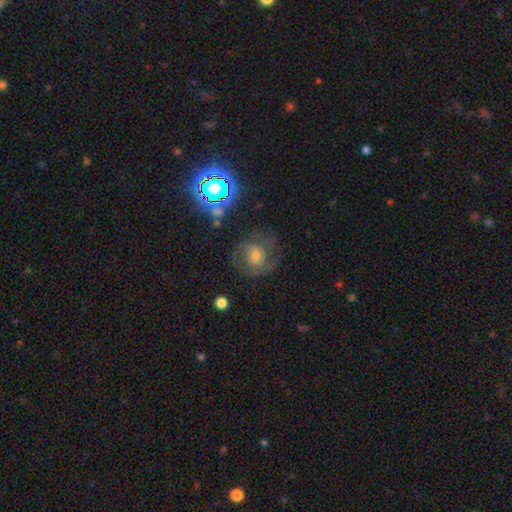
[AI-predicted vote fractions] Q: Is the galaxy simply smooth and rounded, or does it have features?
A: featured or disk — 70%.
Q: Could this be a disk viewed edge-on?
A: no — 97%.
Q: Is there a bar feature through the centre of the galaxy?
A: no — 62%.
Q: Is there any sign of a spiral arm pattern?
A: yes — 92%.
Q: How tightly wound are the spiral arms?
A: tight — 47%.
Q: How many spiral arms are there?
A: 2 — 57%.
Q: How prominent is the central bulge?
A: moderate — 45%.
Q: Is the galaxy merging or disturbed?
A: none — 70%.